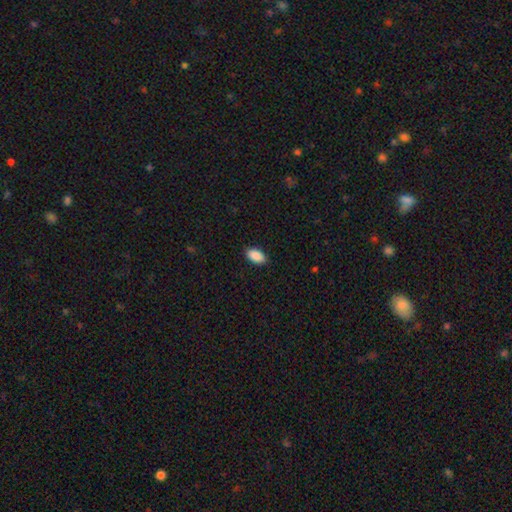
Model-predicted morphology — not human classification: This is clearly a smooth galaxy (90%). How rounded: clearly in between (95%). Merging: clearly none (89%).